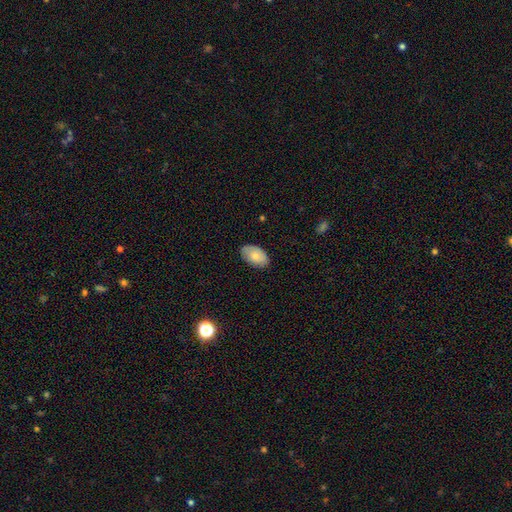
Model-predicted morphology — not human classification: A smooth galaxy with no disk features (75%) that is in between round and cigar-shaped (93%).

Vote fractions:
- Smooth or featured? smooth: 75% / featured or disk: 19% / star or artifact: 6%
- How rounded? in between: 93% / round: 6% / cigar-shaped: 1%
- Merging? none: 82% / minor disturbance: 15% / major disturbance: 3% / merger: 1%